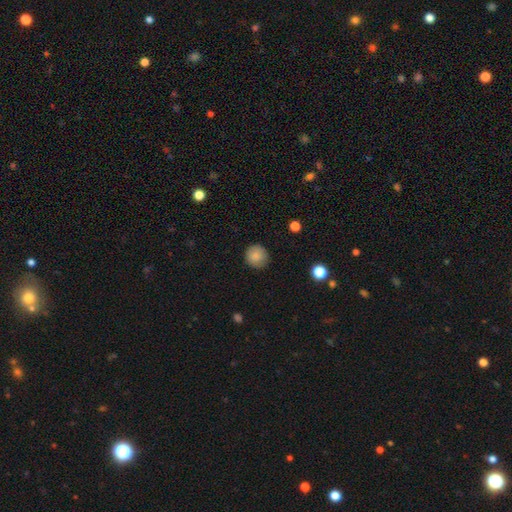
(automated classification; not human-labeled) smooth-or-featured: smooth: 86% | star or artifact: 8% | featured or disk: 6%
  how-rounded: round: 93% | in between: 6% | cigar-shaped: 1%
  merging: none: 87% | minor disturbance: 9% | major disturbance: 2% | merger: 1%